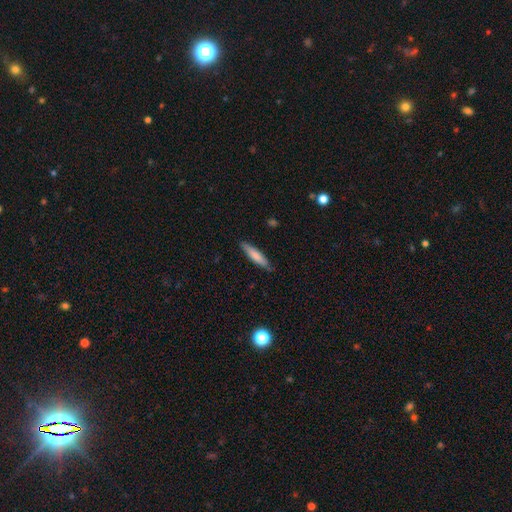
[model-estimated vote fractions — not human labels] smooth 77%, featured or disk 17%, star or artifact 6%. Down the decision tree: how rounded — cigar-shaped (81%); merging — none (85%).